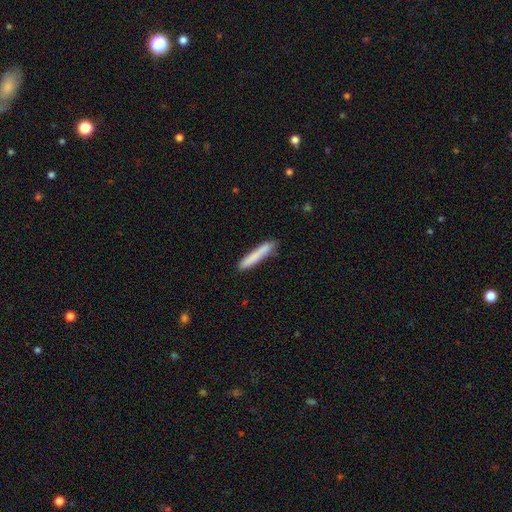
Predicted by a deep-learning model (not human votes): Smooth or featured: smooth — 80% (featured or disk — 14%)
How rounded: cigar-shaped — 94% (in between — 5%)
Merging: none — 84% (minor disturbance — 12%)